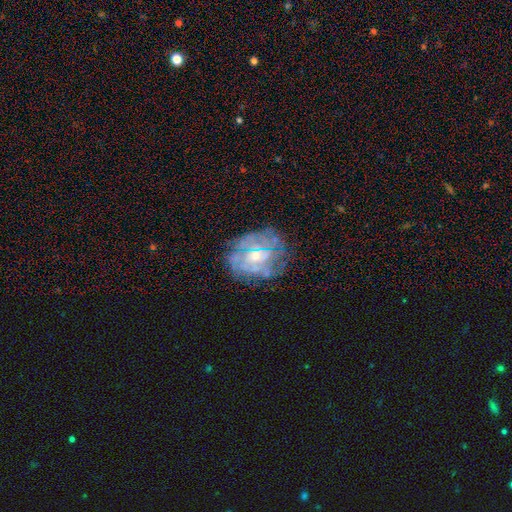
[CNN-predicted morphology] featured or disk 71%, smooth 19%, star or artifact 11%. Down the decision tree: edge-on disk — no (97%); bar — no (73%); spiral arms — yes (59%); bulge size — moderate (49%); merging — none (67%).